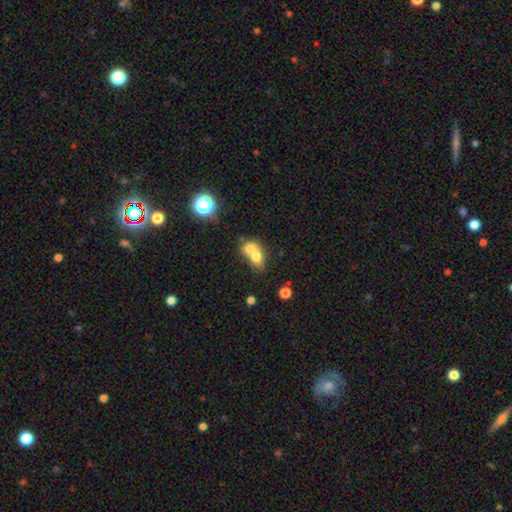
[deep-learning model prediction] smooth-or-featured: smooth: 70% | featured or disk: 19% | star or artifact: 11%
  how-rounded: in between: 53% | round: 45% | cigar-shaped: 2%
  merging: merger: 71% | none: 20% | minor disturbance: 6% | major disturbance: 3%